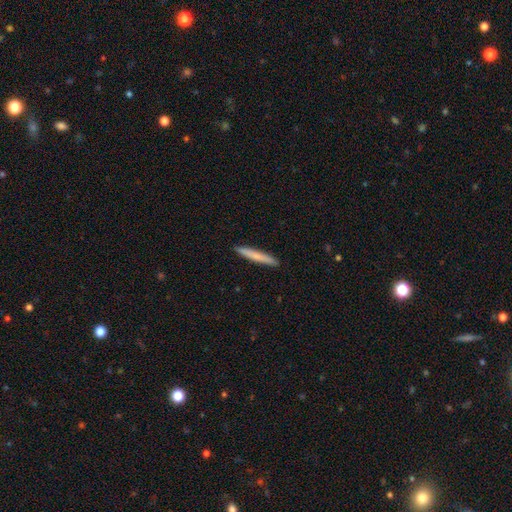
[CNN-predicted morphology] Smooth or featured?
  - smooth: 75% *
  - featured or disk: 20%
  - star or artifact: 5%
How rounded?
  - cigar-shaped: 96% *
  - in between: 3%
  - round: 1%
Merging?
  - none: 93% *
  - minor disturbance: 5%
  - major disturbance: 1%
  - merger: 1%